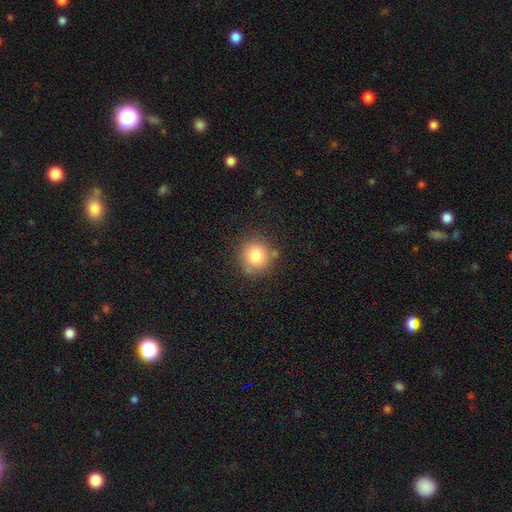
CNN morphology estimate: This is clearly a smooth galaxy (82%). How rounded: clearly round (92%). Merging: likely none (80%).